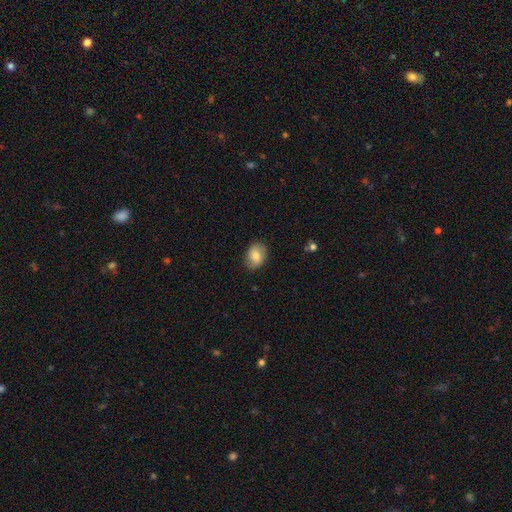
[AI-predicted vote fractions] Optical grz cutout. It shows a smooth galaxy with no disk features (81%) that is in between round and cigar-shaped (69%). Merging: none (84%).